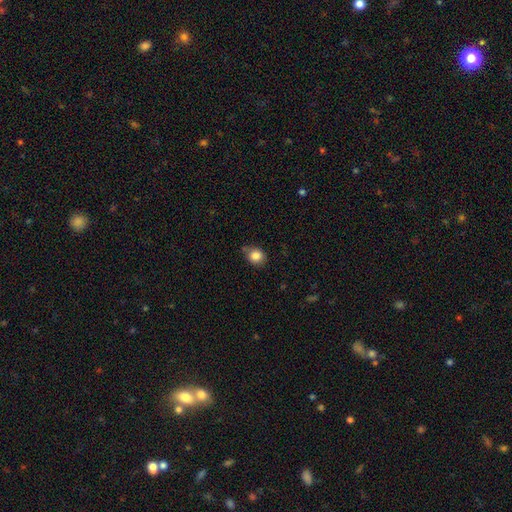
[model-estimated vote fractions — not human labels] Morphology: type=smooth (85%); roundness=round (69%); merging=none (69%).